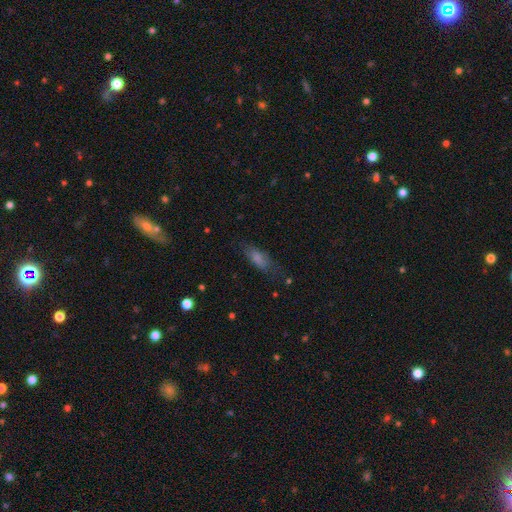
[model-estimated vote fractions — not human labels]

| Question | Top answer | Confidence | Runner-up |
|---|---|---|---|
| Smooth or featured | smooth | 52% | featured or disk (27%) |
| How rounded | in between | 56% | cigar-shaped (39%) |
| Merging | none | 72% | minor disturbance (17%) |